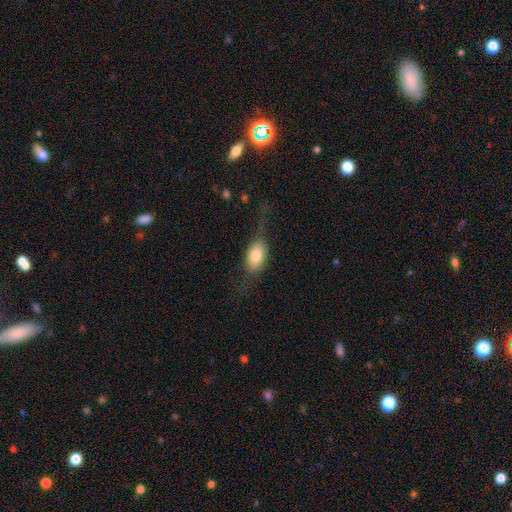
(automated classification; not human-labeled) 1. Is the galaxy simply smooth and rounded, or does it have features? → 72% smooth, 21% featured or disk, 7% star or artifact.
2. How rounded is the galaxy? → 84% in between, 10% round, 6% cigar-shaped.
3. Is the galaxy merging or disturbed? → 44% none, 29% major disturbance, 24% minor disturbance, 3% merger.